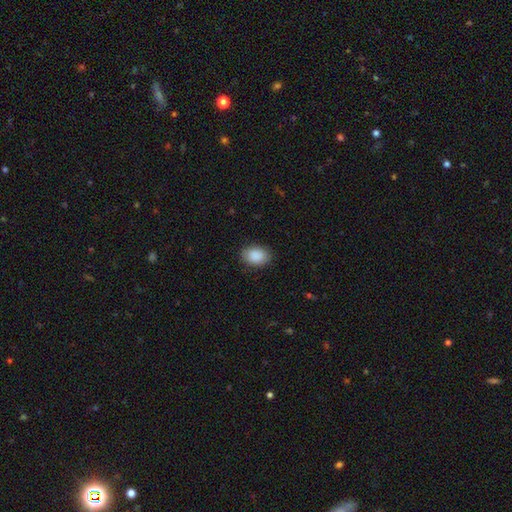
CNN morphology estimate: smooth-or-featured: smooth: 90% | star or artifact: 7% | featured or disk: 4%
  how-rounded: in between: 79% | round: 20% | cigar-shaped: 1%
  merging: none: 87% | minor disturbance: 9% | major disturbance: 3% | merger: 1%